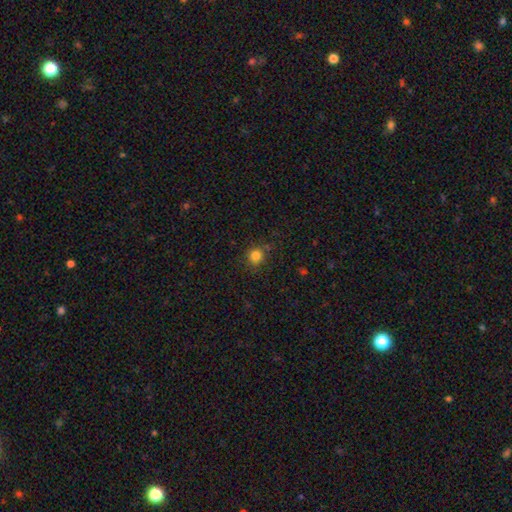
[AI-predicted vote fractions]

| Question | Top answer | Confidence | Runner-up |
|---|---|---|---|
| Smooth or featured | smooth | 81% | star or artifact (14%) |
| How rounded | round | 87% | in between (12%) |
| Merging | none | 79% | minor disturbance (14%) |